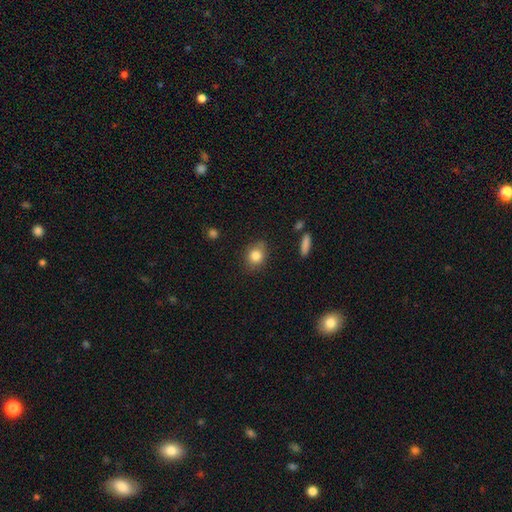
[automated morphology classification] Overall: smooth (82%). How rounded: round (58%; in between 40%). Merging: none (79%).